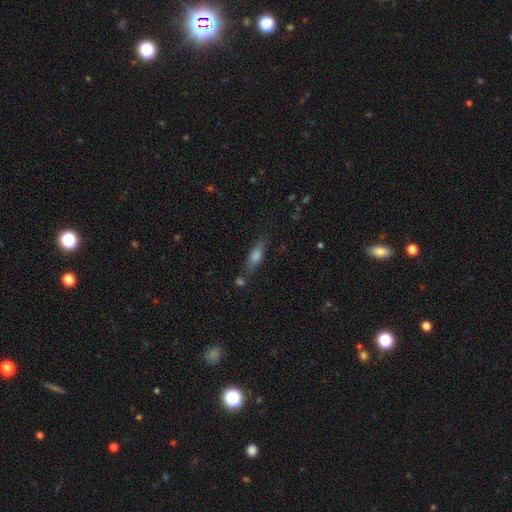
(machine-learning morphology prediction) Q: Smooth or featured?
A: smooth (56%); runner-up: featured or disk (34%)
Q: How rounded?
A: cigar-shaped (59%); runner-up: in between (37%)
Q: Merging?
A: none (72%); runner-up: minor disturbance (16%)